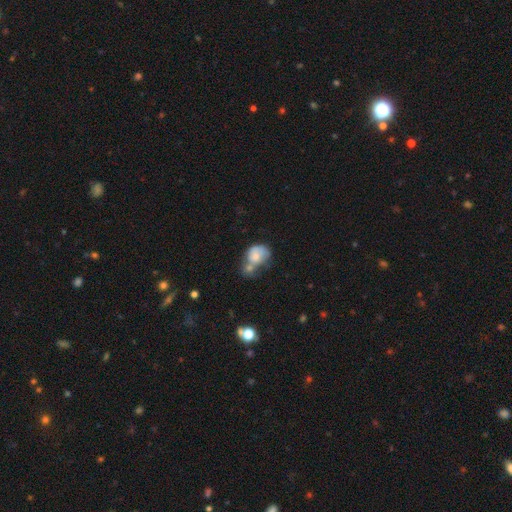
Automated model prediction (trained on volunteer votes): The model was most divided on "how rounded": in between: 58%, round: 41%, cigar-shaped: 1%. More confident: smooth or featured — smooth (67%); merging — merger (53%).